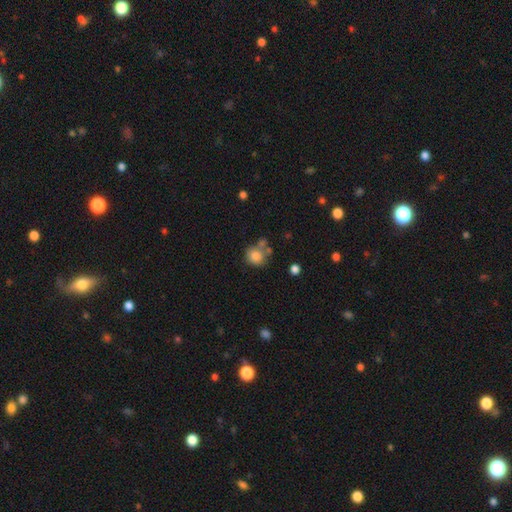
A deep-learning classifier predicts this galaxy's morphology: Smooth or featured? Predicted: smooth (p=0.82). How rounded? Predicted: round (p=0.84). Merging? Predicted: none (p=0.56).